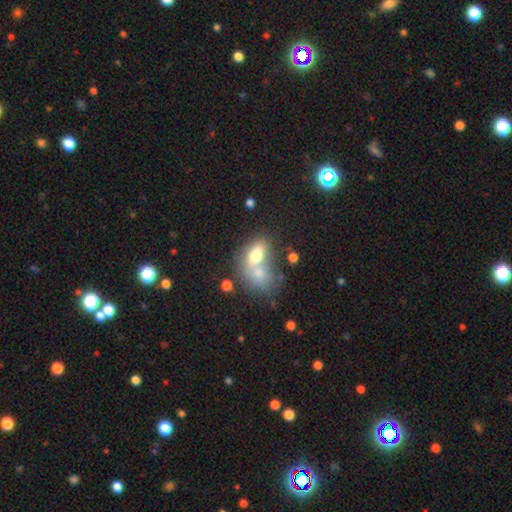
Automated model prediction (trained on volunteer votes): Smooth or featured? Predicted: smooth (p=0.70). How rounded? Predicted: in between (p=0.80). Merging? Predicted: merger (p=0.57).